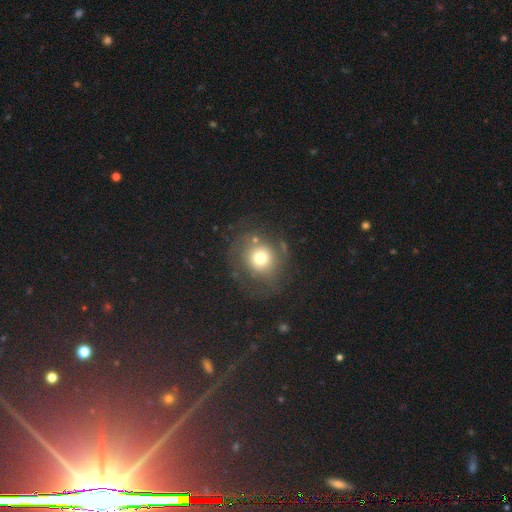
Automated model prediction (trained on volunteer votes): Morphology: type=smooth (48%); merging=none (70%).